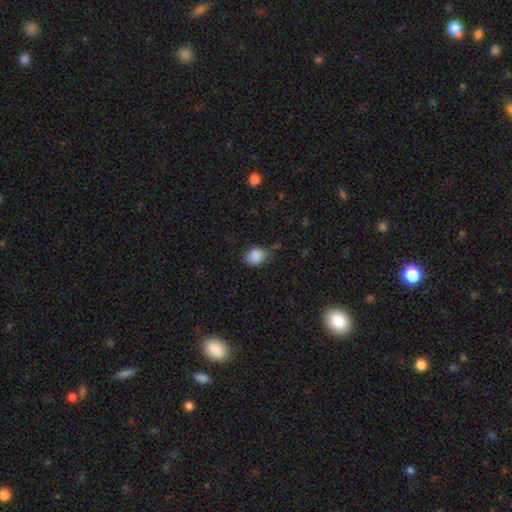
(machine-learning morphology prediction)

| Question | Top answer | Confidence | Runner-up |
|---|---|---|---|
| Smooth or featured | smooth | 87% | star or artifact (9%) |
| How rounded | in between | 53% | round (46%) |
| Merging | none | 65% | minor disturbance (27%) |